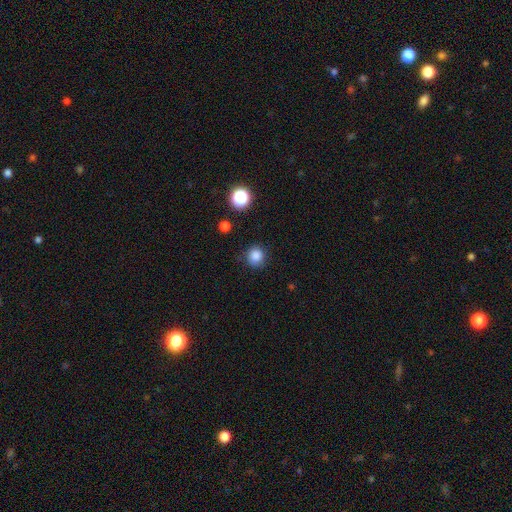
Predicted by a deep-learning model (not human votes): Morphology: type=smooth (84%); roundness=round (91%); merging=none (85%).